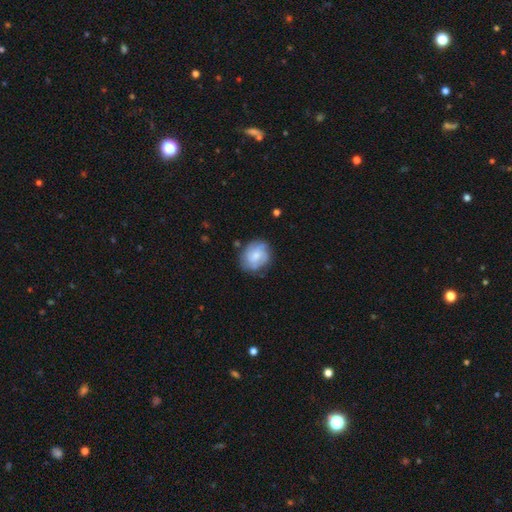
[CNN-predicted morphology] This appears to be a featured or disk galaxy (52%) with no bar (63%), spiral arms (80%) and a moderate central bulge (44%). Merging: none (71%).